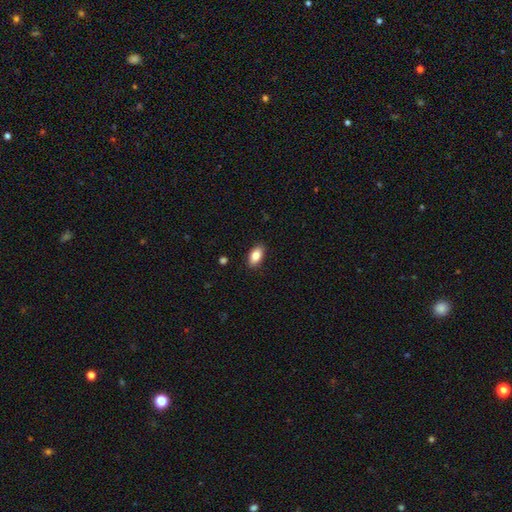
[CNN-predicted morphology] smooth 85%, featured or disk 8%, star or artifact 7%. Down the decision tree: how rounded — in between (91%); merging — none (88%).